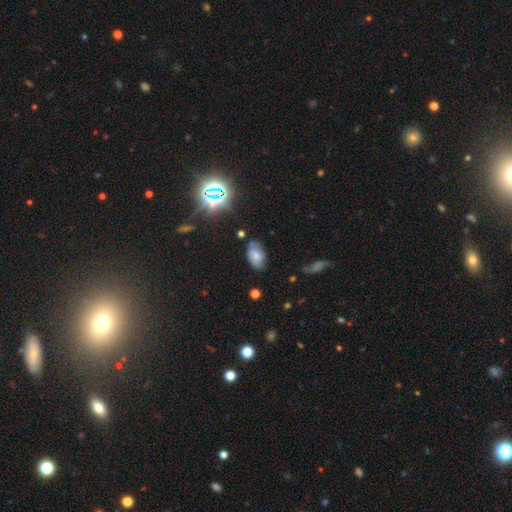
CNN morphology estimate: Q: Smooth or featured?
A: smooth (70%); runner-up: featured or disk (16%)
Q: How rounded?
A: in between (93%); runner-up: round (5%)
Q: Merging?
A: none (72%); runner-up: minor disturbance (21%)